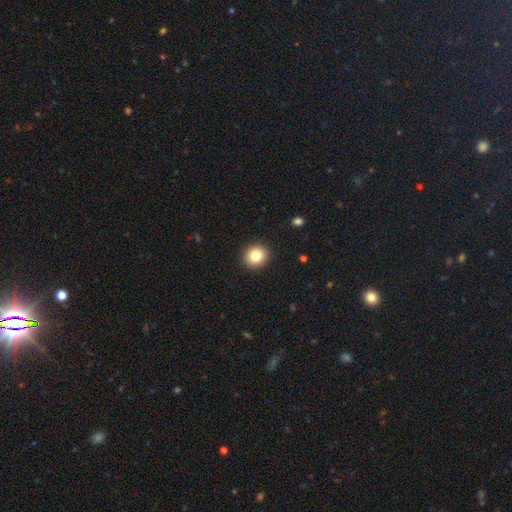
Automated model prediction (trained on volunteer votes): smooth_or_featured: smooth (p=0.83) [alt: star or artifact p=0.10]
how_rounded: round (p=0.80) [alt: in between p=0.20]
merging: none (p=0.92) [alt: minor disturbance p=0.05]